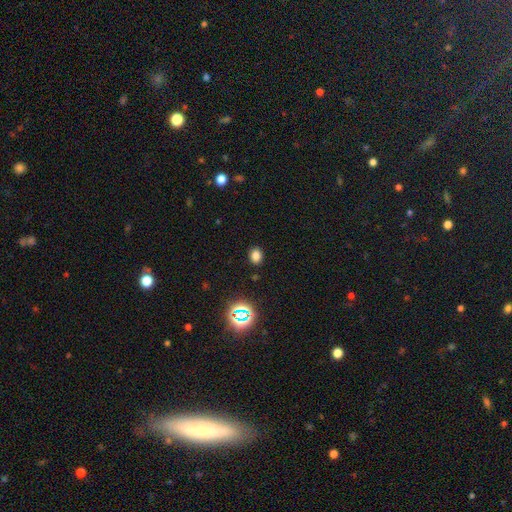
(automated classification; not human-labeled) The model was most divided on "how rounded": in between: 56%, round: 43%, cigar-shaped: 1%. More confident: merging — none (88%); smooth or featured — smooth (76%).